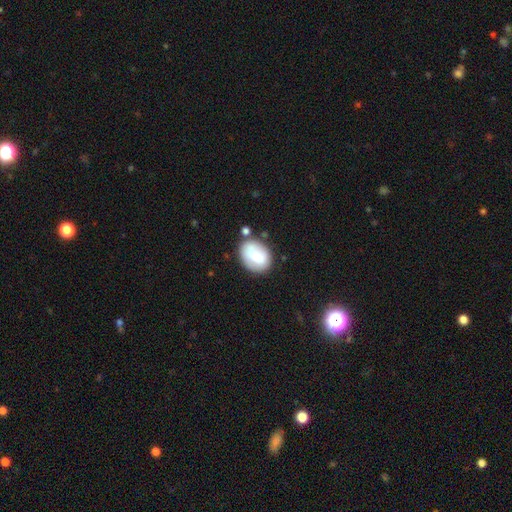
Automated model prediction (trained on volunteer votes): Morphology: type=smooth (72%); roundness=in between (72%); merging=none (66%).